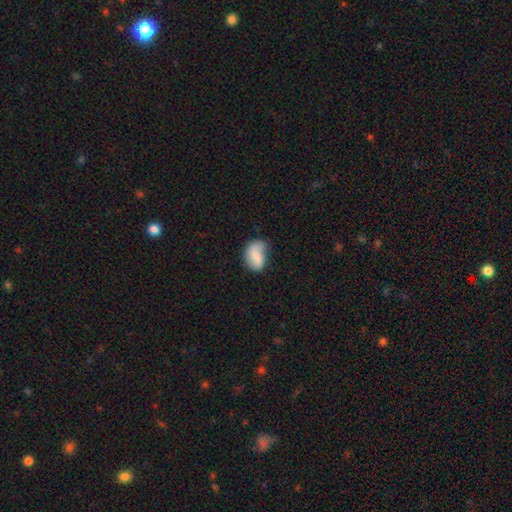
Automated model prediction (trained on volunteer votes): smooth_or_featured: smooth (p=0.64) [alt: featured or disk p=0.28]
how_rounded: in between (p=0.78) [alt: round p=0.21]
merging: none (p=0.51) [alt: minor disturbance p=0.34]